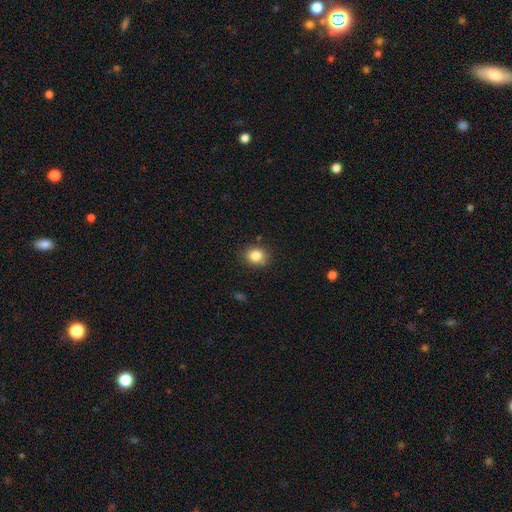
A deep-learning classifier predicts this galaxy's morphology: Smooth or featured?
  - smooth: 84% *
  - star or artifact: 10%
  - featured or disk: 6%
How rounded?
  - round: 67% *
  - in between: 32%
  - cigar-shaped: 1%
Merging?
  - none: 82% *
  - minor disturbance: 13%
  - major disturbance: 3%
  - merger: 2%